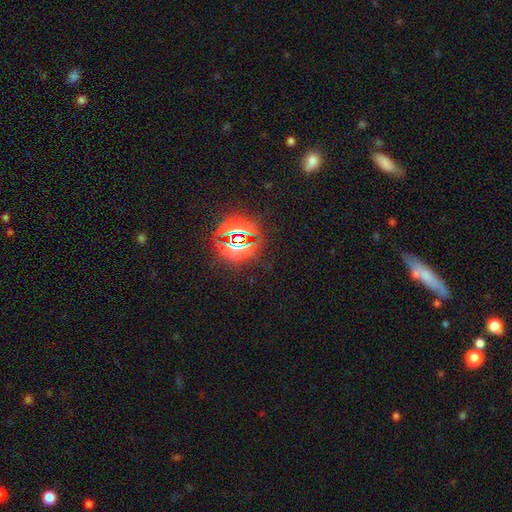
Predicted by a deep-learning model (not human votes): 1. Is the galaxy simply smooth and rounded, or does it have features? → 77% star or artifact, 15% smooth, 8% featured or disk.